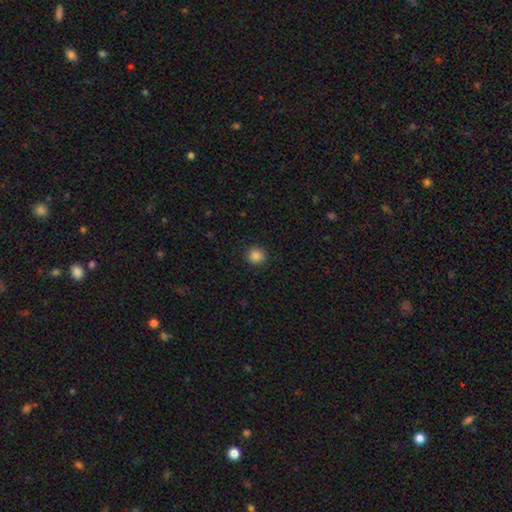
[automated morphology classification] smooth_or_featured: smooth (p=0.86) [alt: star or artifact p=0.11]
how_rounded: round (p=0.94) [alt: in between p=0.05]
merging: none (p=0.92) [alt: minor disturbance p=0.05]